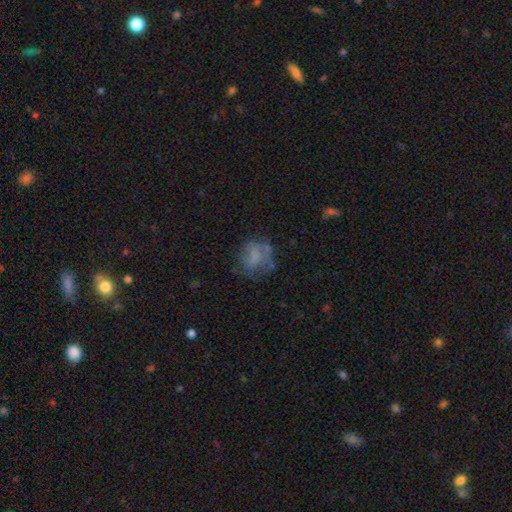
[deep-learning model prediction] smooth 50%, featured or disk 36%, star or artifact 14%. Down the decision tree: how rounded — round (64%); merging — none (49%).